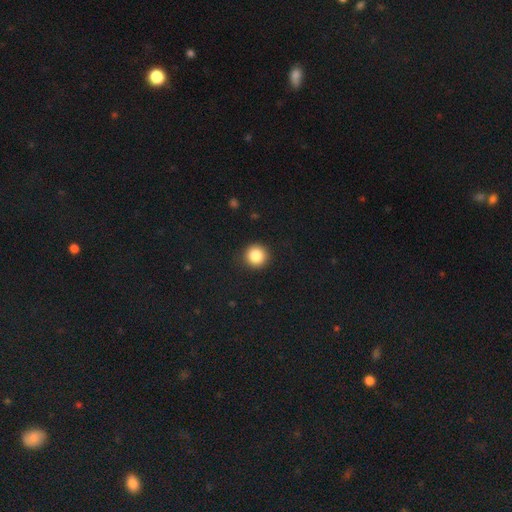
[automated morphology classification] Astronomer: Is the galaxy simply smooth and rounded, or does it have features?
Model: smooth — 84%.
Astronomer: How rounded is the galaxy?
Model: round — 95%.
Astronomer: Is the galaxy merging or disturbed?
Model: none — 92%.